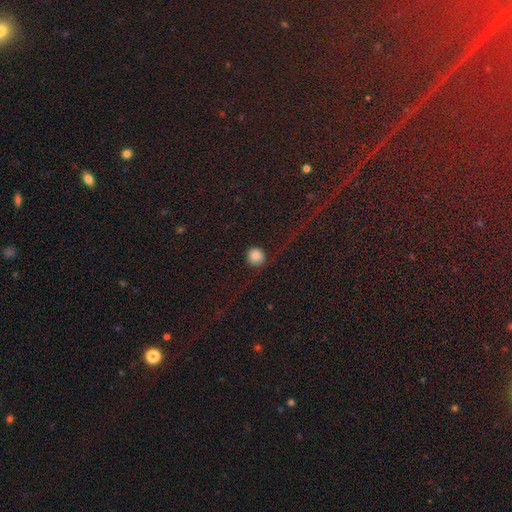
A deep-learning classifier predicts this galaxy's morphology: Smooth or featured: smooth — 83% (star or artifact — 11%)
How rounded: round — 93% (in between — 6%)
Merging: none — 85% (minor disturbance — 8%)